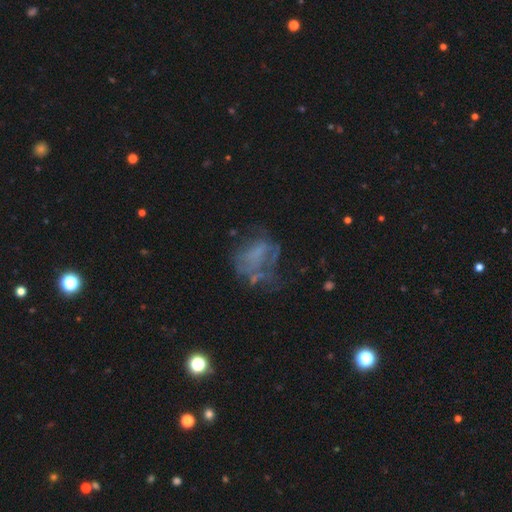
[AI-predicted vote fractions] Q: Smooth or featured?
A: featured or disk (49%); runner-up: smooth (31%)
Q: Merging?
A: major disturbance (40%); runner-up: none (33%)